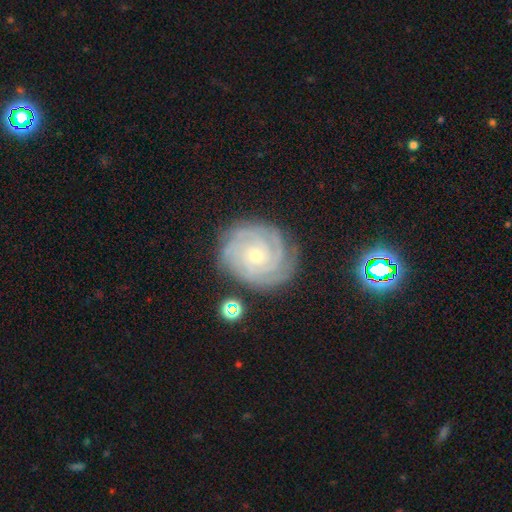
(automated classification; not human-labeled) This appears to be a featured or disk galaxy (85%) with no bar (77%), 3 (27%) tight (83%) spiral arms (98%) and a small central bulge (64%). Merging: none (79%).